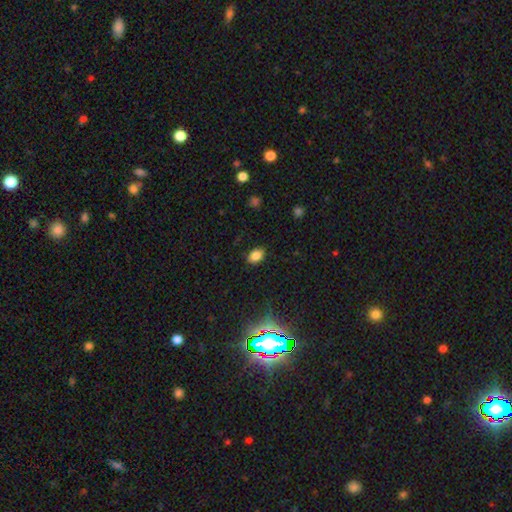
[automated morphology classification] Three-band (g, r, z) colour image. It shows a smooth galaxy with no disk features (82%) that is in between round and cigar-shaped (82%). Merging: none (86%).